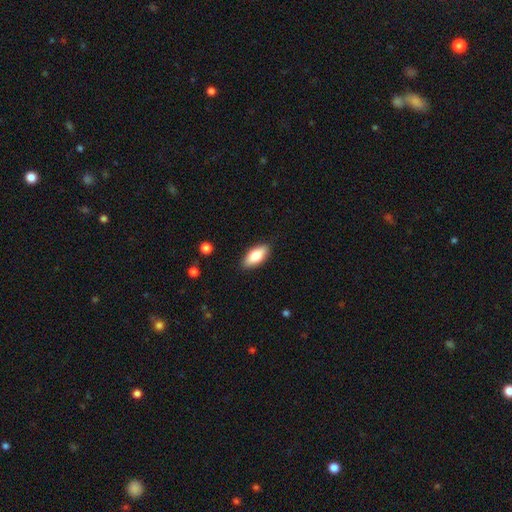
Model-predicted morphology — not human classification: smooth-or-featured: smooth: 79% | featured or disk: 15% | star or artifact: 6%
  how-rounded: in between: 84% | cigar-shaped: 14% | round: 2%
  merging: none: 88% | minor disturbance: 9% | major disturbance: 2% | merger: 1%